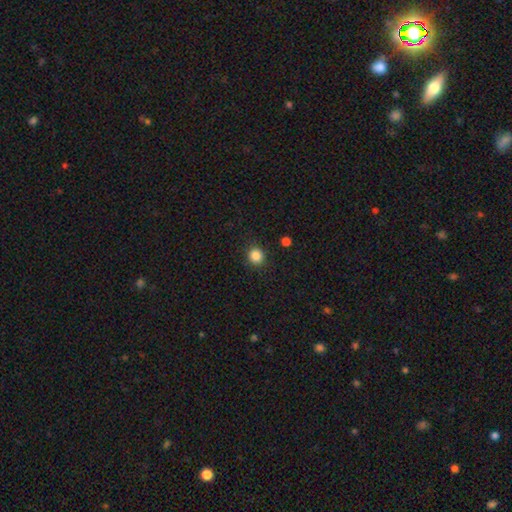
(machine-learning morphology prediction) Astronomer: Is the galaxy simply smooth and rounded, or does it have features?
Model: smooth — 85%.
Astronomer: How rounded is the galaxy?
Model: round — 89%.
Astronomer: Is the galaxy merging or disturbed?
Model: none — 91%.